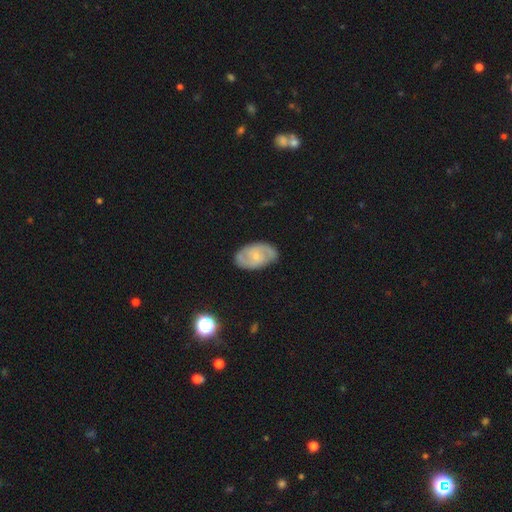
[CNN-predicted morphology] This appears to be a featured or disk galaxy (67%) with no bar (58%), 2 (70%) medium (45%) spiral arms (86%) and a small central bulge (68%). Merging: none (76%).